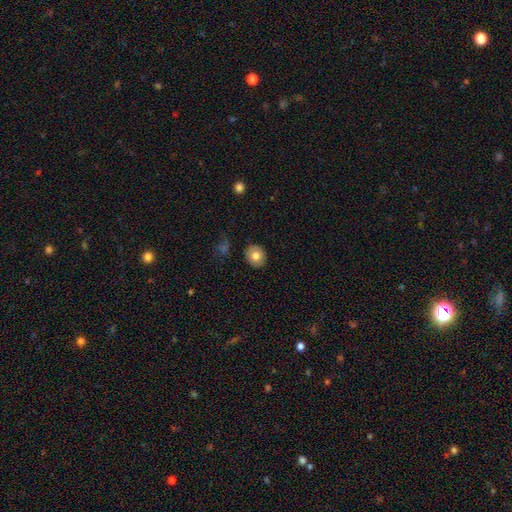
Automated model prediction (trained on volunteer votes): Smooth or featured? Predicted: smooth (p=0.76). How rounded? Predicted: round (p=0.71). Merging? Predicted: none (p=0.88).